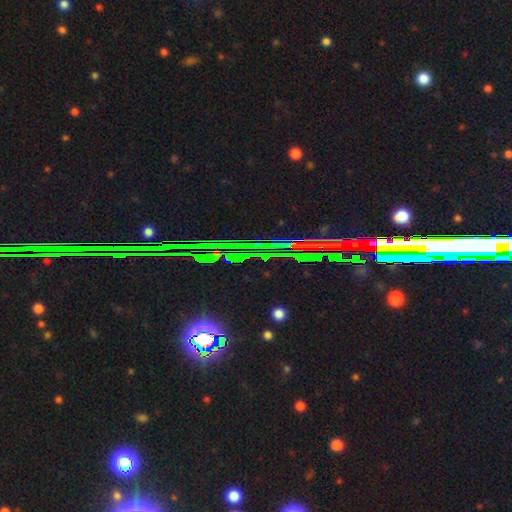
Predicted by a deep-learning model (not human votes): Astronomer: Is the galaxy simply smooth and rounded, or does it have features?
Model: star or artifact — 83%.